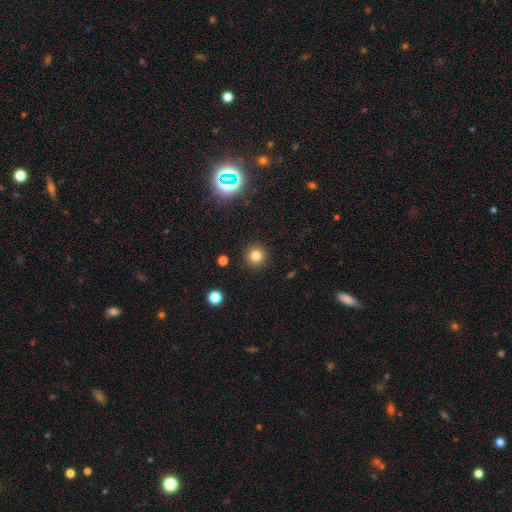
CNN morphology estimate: type=smooth (79%); roundness=round (95%); merging=none (91%).